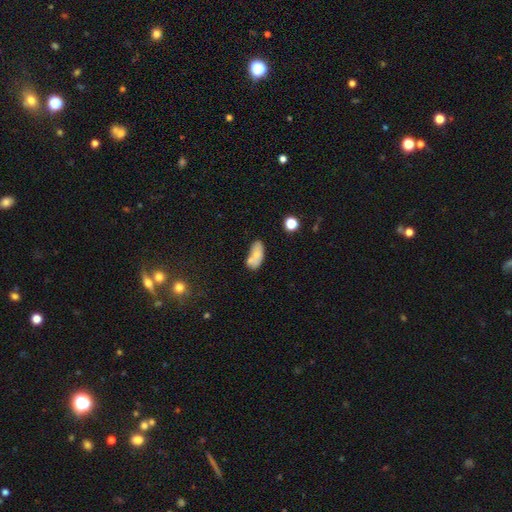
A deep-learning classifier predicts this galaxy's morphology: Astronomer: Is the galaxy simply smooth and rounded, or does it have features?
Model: smooth — 68%.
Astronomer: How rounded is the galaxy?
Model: in between — 87%.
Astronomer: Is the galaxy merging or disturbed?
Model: none — 41% (runner-up: merger, 32%).